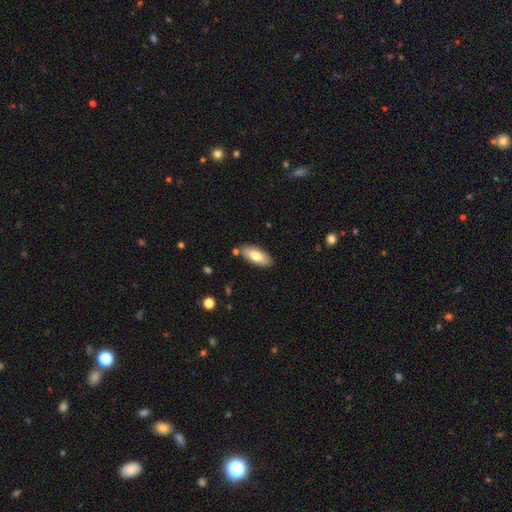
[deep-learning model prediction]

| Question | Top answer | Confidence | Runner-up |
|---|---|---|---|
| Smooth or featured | smooth | 73% | featured or disk (20%) |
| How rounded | in between | 84% | cigar-shaped (15%) |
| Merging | none | 83% | minor disturbance (11%) |